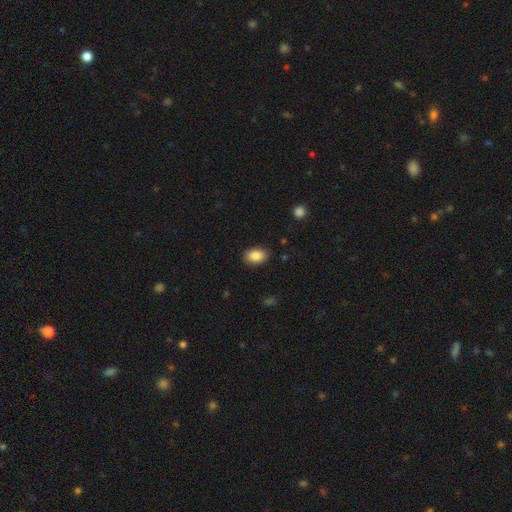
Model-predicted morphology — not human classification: Q: Smooth or featured?
A: smooth (88%); runner-up: star or artifact (8%)
Q: How rounded?
A: in between (84%); runner-up: round (15%)
Q: Merging?
A: none (85%); runner-up: minor disturbance (11%)